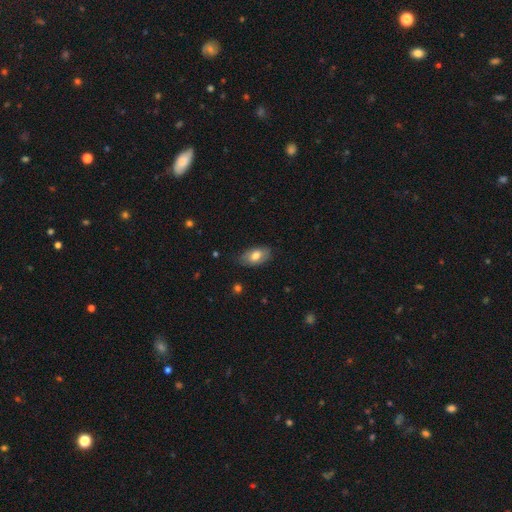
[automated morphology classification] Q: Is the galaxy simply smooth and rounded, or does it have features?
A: smooth — 75%.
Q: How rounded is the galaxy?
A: in between — 92%.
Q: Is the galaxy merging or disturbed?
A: none — 79%.